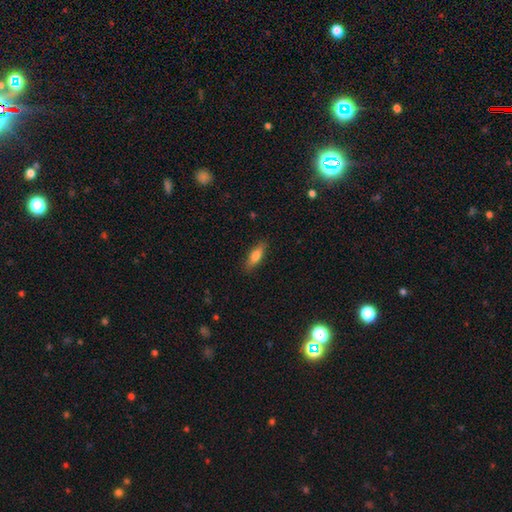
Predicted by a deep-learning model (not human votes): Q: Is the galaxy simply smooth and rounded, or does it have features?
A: smooth — 74%.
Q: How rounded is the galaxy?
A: in between — 53%.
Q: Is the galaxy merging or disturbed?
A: none — 86%.